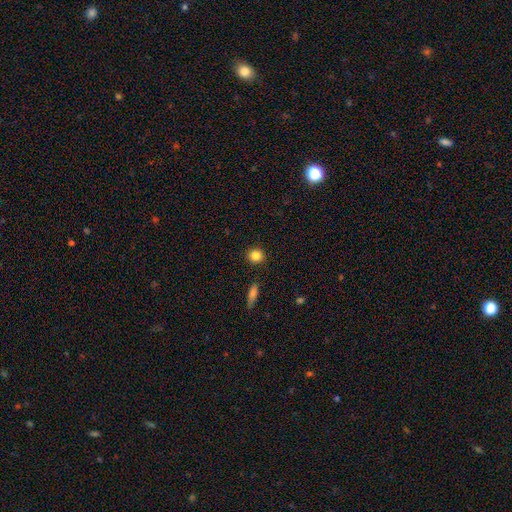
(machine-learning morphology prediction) smooth 84%, star or artifact 10%, featured or disk 5%. Down the decision tree: how rounded — round (88%); merging — none (90%).